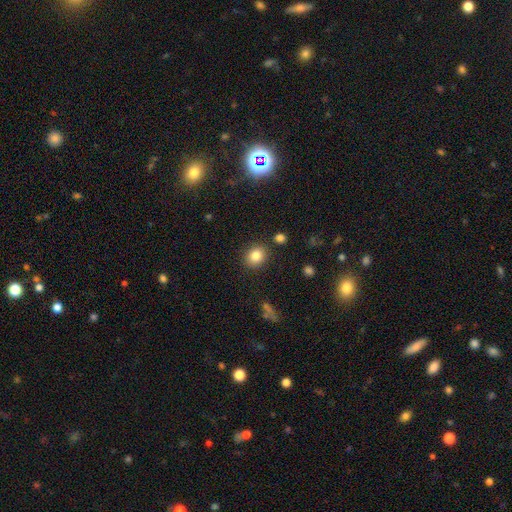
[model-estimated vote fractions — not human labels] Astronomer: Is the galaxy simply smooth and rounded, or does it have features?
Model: smooth — 83%.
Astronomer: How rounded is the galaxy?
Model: round — 67%.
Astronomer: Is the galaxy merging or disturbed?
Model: none — 86%.